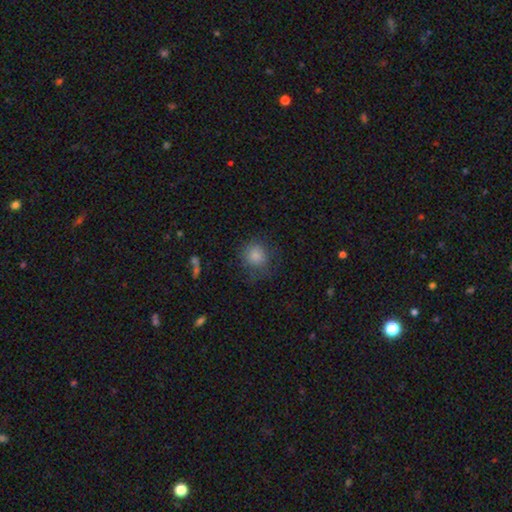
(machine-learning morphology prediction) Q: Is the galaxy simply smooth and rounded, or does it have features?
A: smooth — 84%.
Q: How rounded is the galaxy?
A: round — 87%.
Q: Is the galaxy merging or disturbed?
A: none — 68%.